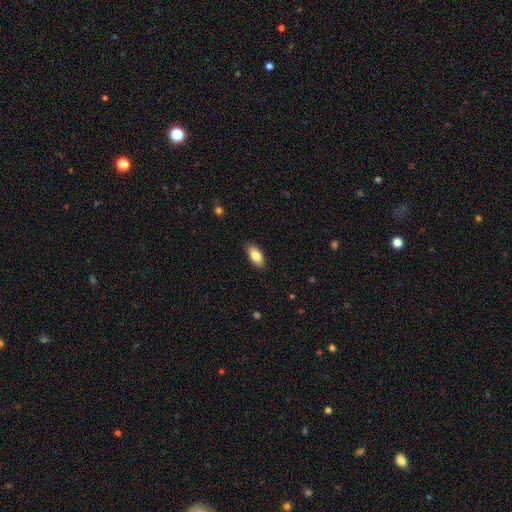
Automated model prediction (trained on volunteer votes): The model was most divided on "smooth or featured": smooth: 83%, featured or disk: 10%, star or artifact: 6%. More confident: how rounded — in between (90%); merging — none (87%).